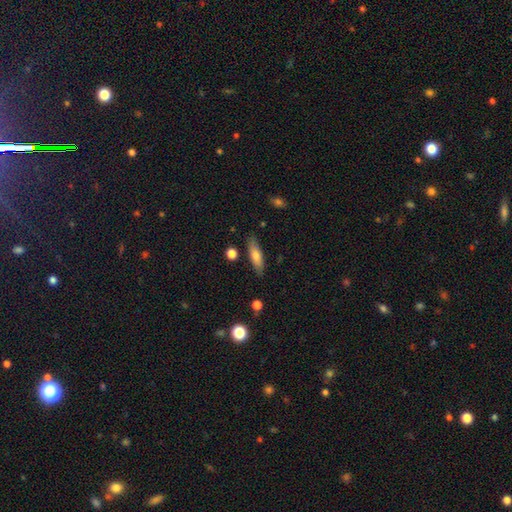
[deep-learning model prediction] Smooth or featured? smooth (68%)
How rounded? cigar-shaped (57%)
Merging? none (83%)